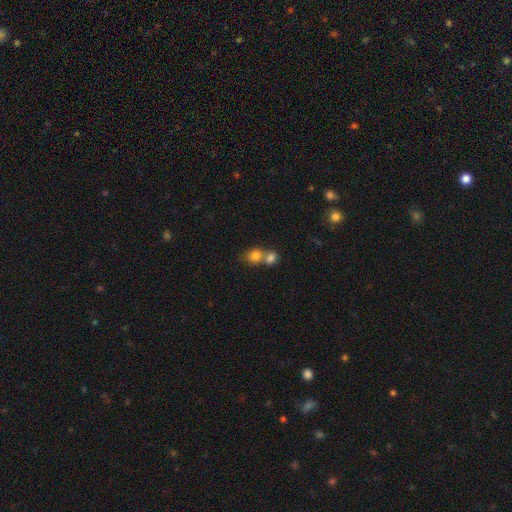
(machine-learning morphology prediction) This is clearly a smooth galaxy (81%). How rounded: likely round (70%). Merging: possibly merger (58%).